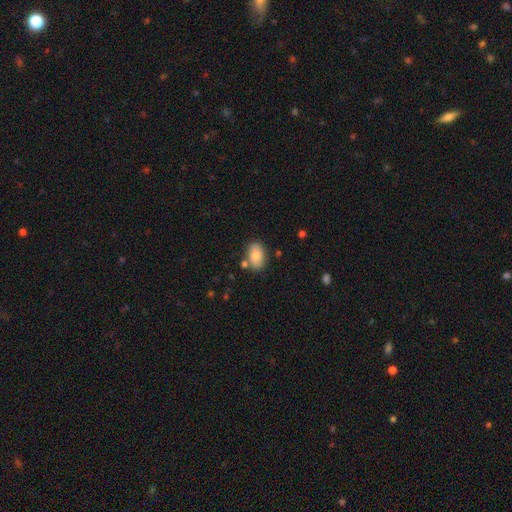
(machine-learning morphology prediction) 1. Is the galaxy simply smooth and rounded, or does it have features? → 81% smooth, 12% featured or disk, 7% star or artifact.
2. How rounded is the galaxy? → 89% in between, 9% round, 2% cigar-shaped.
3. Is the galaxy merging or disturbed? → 74% none, 15% minor disturbance, 8% merger, 3% major disturbance.